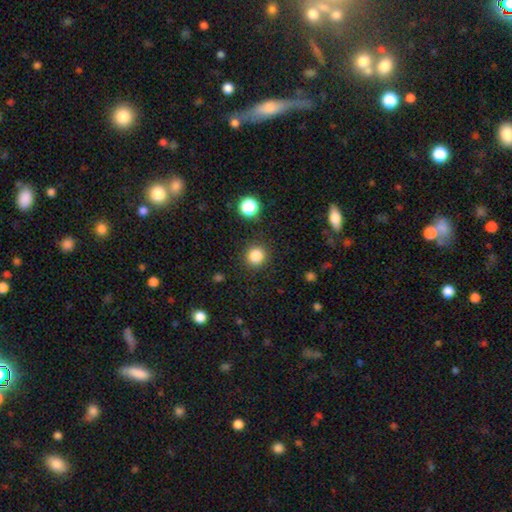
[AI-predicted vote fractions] A smooth galaxy with no disk features (84%) that is round (92%). Merging: none (89%).